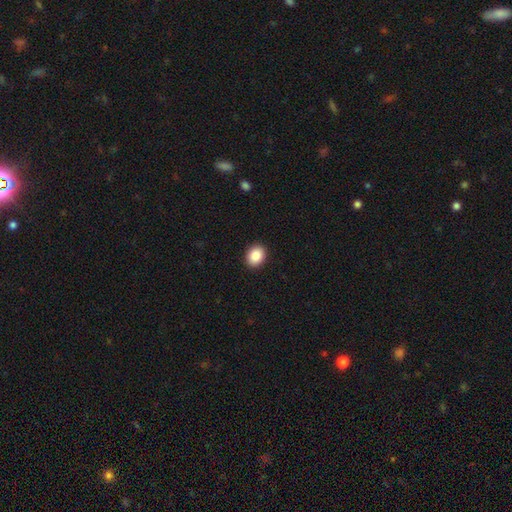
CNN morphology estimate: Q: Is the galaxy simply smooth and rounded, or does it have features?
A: smooth — 88%.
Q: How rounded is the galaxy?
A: in between — 53%.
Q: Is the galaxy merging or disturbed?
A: none — 92%.